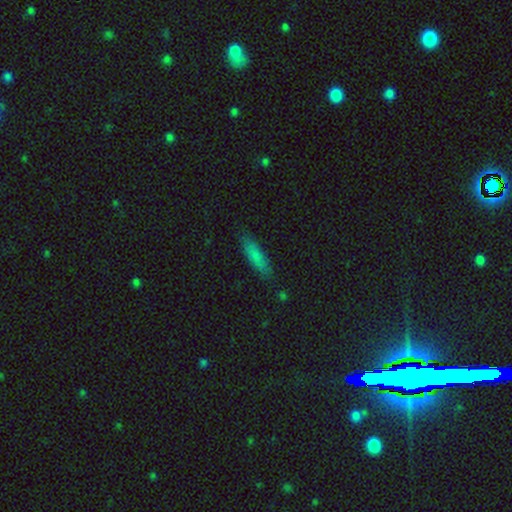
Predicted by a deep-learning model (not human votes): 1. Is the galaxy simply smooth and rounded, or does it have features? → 80% smooth, 11% featured or disk, 9% star or artifact.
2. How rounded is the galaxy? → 60% cigar-shaped, 38% in between, 2% round.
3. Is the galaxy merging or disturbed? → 85% none, 12% minor disturbance, 2% major disturbance, 1% merger.